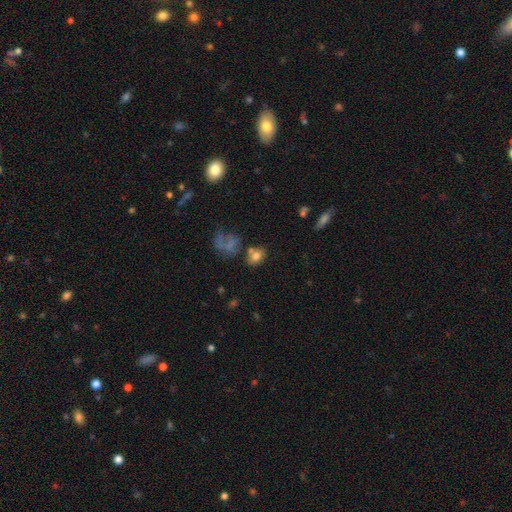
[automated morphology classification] smooth 75%, featured or disk 13%, star or artifact 12%. Down the decision tree: how rounded — in between (55%); merging — none (59%).